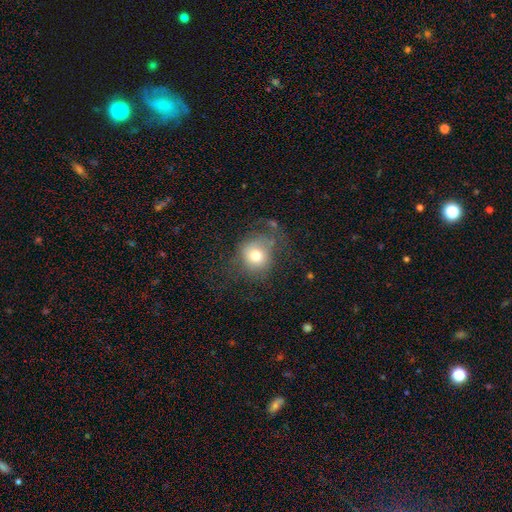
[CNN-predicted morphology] smooth 69%, featured or disk 19%, star or artifact 12%. Down the decision tree: how rounded — round (79%); merging — none (52%).